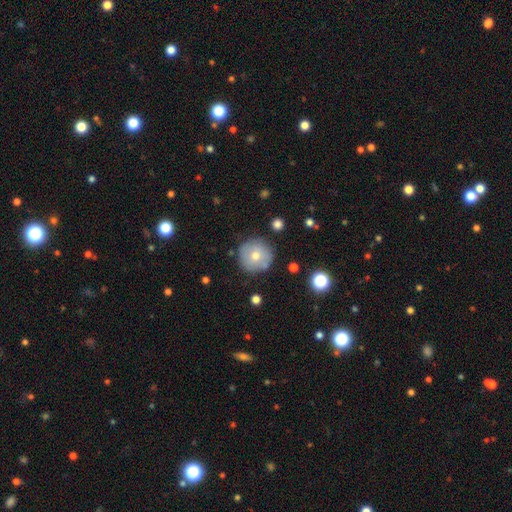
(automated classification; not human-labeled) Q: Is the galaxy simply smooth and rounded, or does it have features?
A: smooth — 67%.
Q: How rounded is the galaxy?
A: round — 95%.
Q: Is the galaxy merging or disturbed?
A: none — 83%.